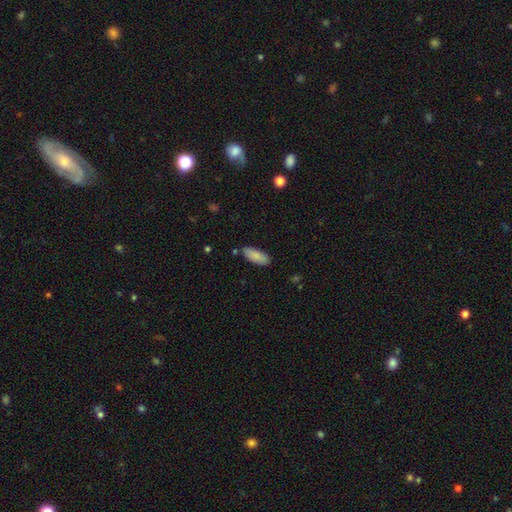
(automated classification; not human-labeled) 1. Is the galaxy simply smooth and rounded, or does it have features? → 87% smooth, 7% featured or disk, 6% star or artifact.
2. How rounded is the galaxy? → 78% in between, 21% cigar-shaped, 2% round.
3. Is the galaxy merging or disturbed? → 83% none, 12% minor disturbance, 3% merger, 2% major disturbance.